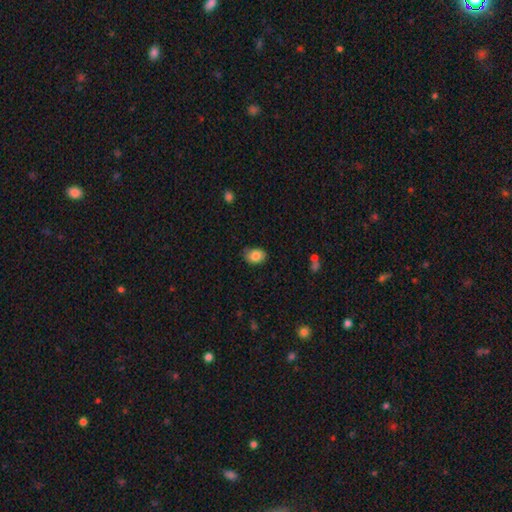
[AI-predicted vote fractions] A smooth galaxy with no disk features (84%) that is in between round and cigar-shaped (73%).

Vote fractions:
- Smooth or featured? smooth: 84% / star or artifact: 8% / featured or disk: 8%
- How rounded? in between: 73% / round: 26% / cigar-shaped: 1%
- Merging? none: 76% / minor disturbance: 20% / major disturbance: 3% / merger: 1%